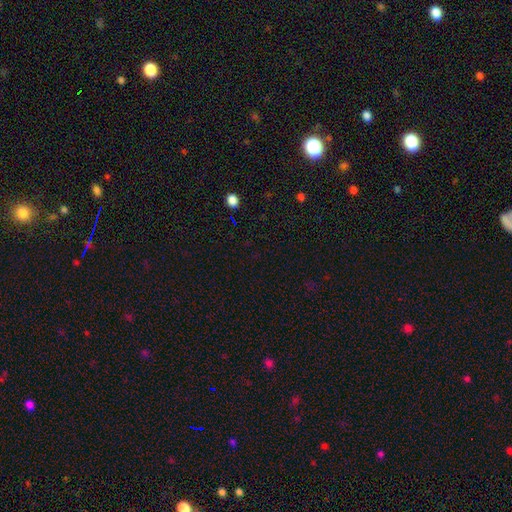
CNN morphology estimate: smooth_or_featured: star or artifact (p=0.62) [alt: smooth p=0.31]